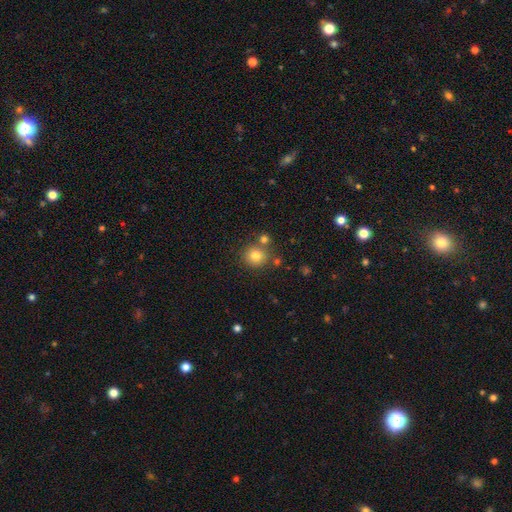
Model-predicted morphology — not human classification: Smooth or featured: smooth — 80% (star or artifact — 13%)
How rounded: round — 90% (in between — 9%)
Merging: none — 75% (merger — 14%)